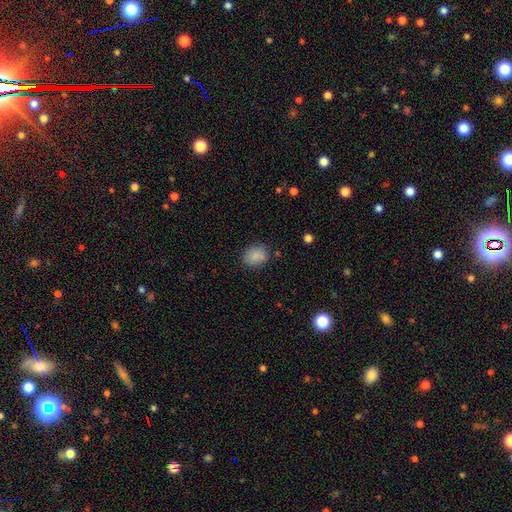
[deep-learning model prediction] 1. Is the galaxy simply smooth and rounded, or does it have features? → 85% smooth, 9% star or artifact, 6% featured or disk.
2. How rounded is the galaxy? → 52% round, 47% in between, 1% cigar-shaped.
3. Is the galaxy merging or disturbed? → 79% none, 14% minor disturbance, 4% merger, 4% major disturbance.